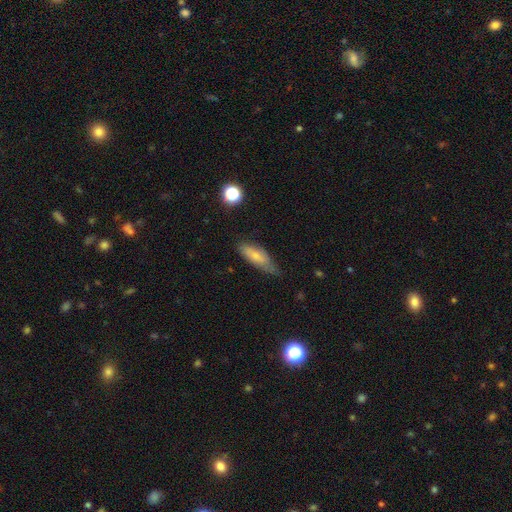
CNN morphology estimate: Overall: smooth (70%). How rounded: in between (64%; cigar-shaped 33%). Merging: none (49%; minor disturbance 39%).